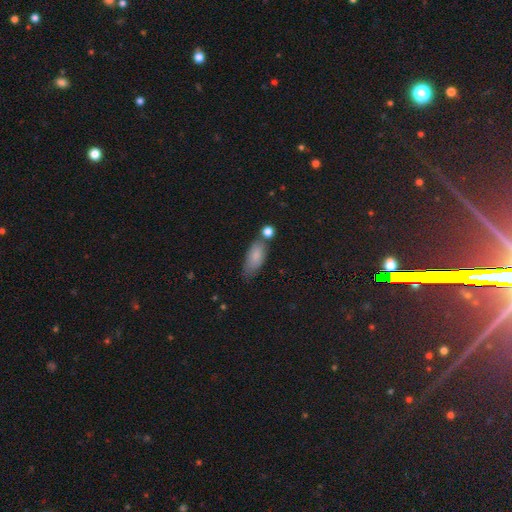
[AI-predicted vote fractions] smooth_or_featured: smooth (p=0.82) [alt: featured or disk p=0.11]
how_rounded: in between (p=0.82) [alt: cigar-shaped p=0.14]
merging: none (p=0.55) [alt: minor disturbance p=0.25]